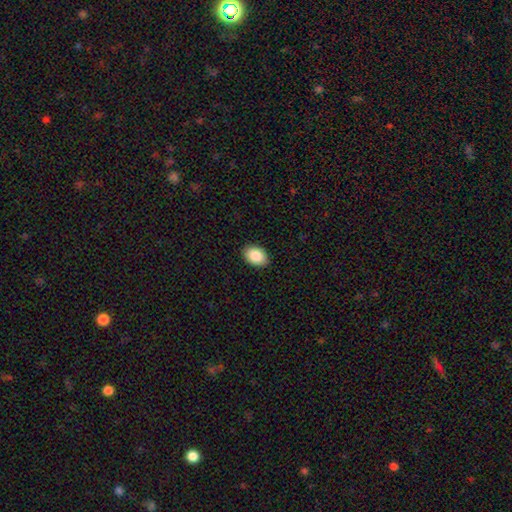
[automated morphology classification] This appears to be a smooth galaxy with no disk features (88%) that is in between round and cigar-shaped (83%). Merging: none (90%).